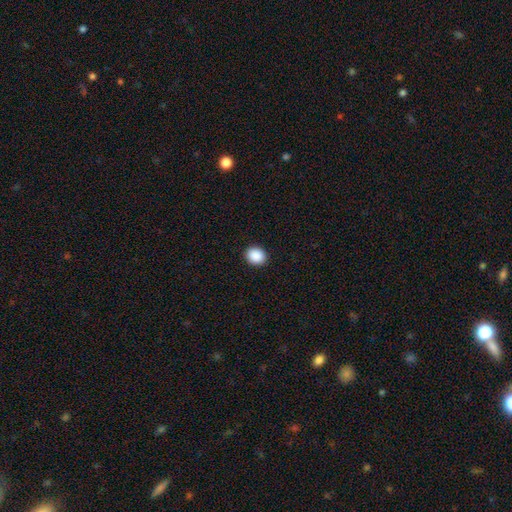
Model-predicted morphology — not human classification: Smooth or featured? Predicted: smooth (p=0.90). How rounded? Predicted: round (p=0.69). Merging? Predicted: none (p=0.92).